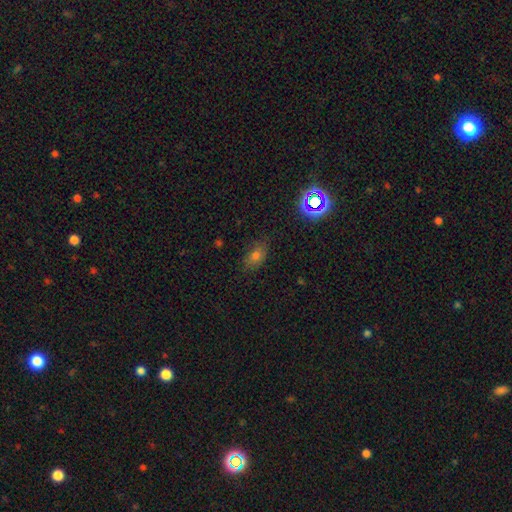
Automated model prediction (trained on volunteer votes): Overall: smooth (65%). How rounded: in between (80%). Merging: none (77%).